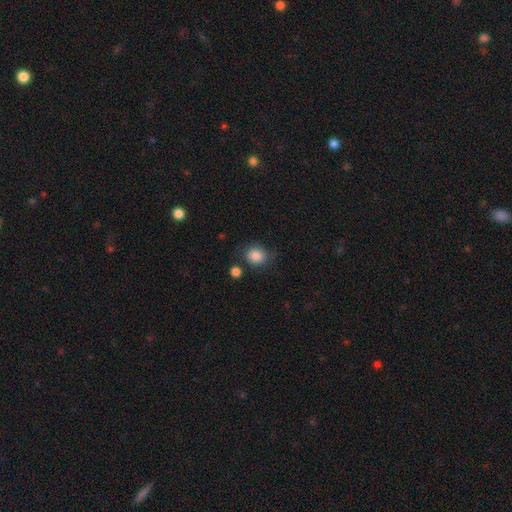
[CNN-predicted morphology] smooth_or_featured: smooth (p=0.86) [alt: star or artifact p=0.09]
how_rounded: round (p=0.74) [alt: in between p=0.25]
merging: none (p=0.74) [alt: minor disturbance p=0.15]